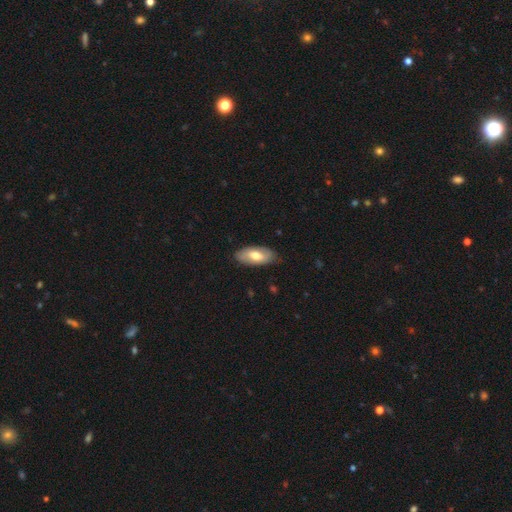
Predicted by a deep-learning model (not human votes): Smooth or featured? smooth (63%)
How rounded? in between (91%)
Merging? none (82%)